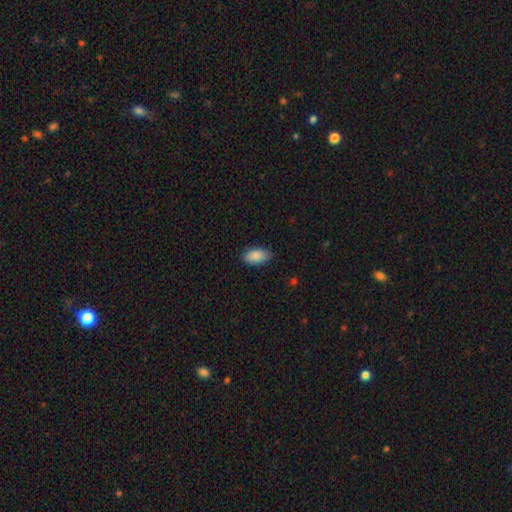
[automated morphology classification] A smooth galaxy with no disk features (88%) that is in between round and cigar-shaped (94%). Merging: none (86%).